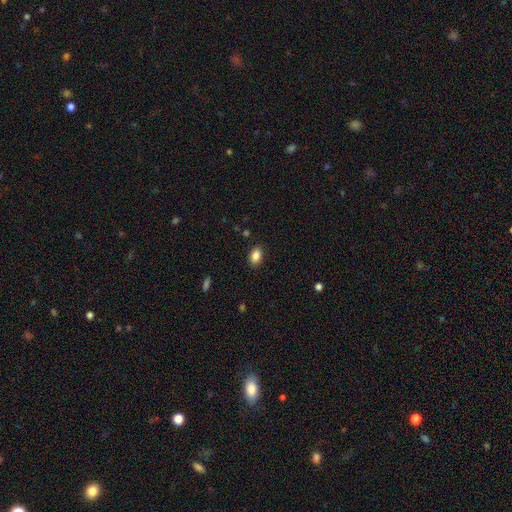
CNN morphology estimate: Q: Smooth or featured?
A: smooth (86%); runner-up: star or artifact (9%)
Q: How rounded?
A: in between (88%); runner-up: round (10%)
Q: Merging?
A: none (88%); runner-up: minor disturbance (8%)